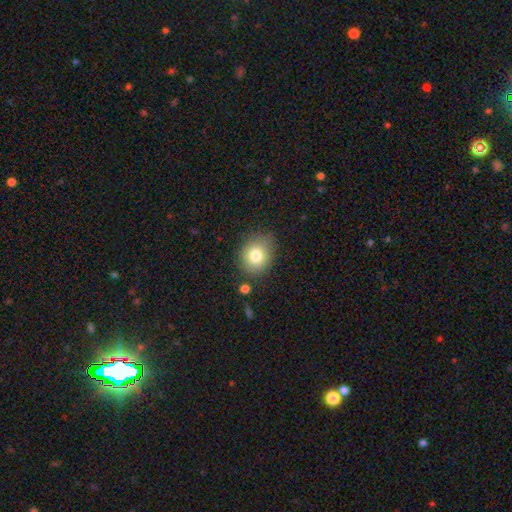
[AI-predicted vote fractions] Smooth or featured? smooth (80%)
How rounded? round (64%)
Merging? none (80%)